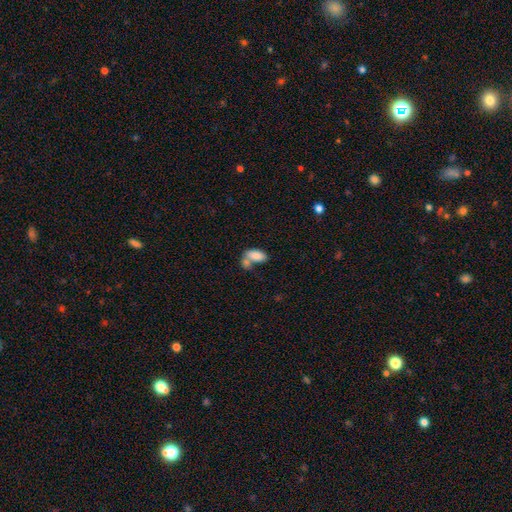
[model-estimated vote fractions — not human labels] smooth_or_featured: smooth (p=0.83) [alt: featured or disk p=0.09]
how_rounded: in between (p=0.93) [alt: cigar-shaped p=0.04]
merging: merger (p=0.54) [alt: none p=0.30]